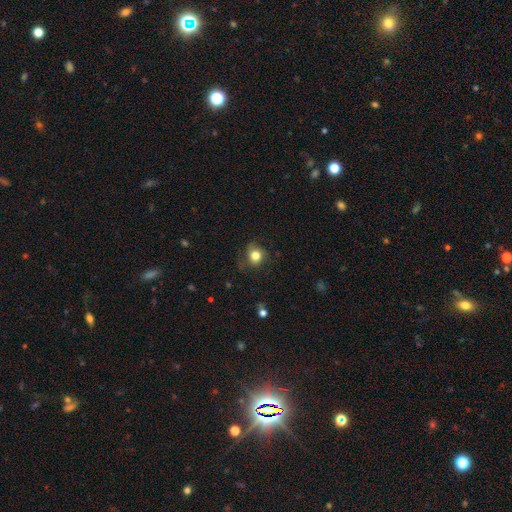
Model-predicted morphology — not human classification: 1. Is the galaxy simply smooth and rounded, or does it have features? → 78% smooth, 12% featured or disk, 10% star or artifact.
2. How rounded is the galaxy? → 79% round, 20% in between, 1% cigar-shaped.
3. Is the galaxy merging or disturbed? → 63% none, 24% minor disturbance, 11% major disturbance, 1% merger.